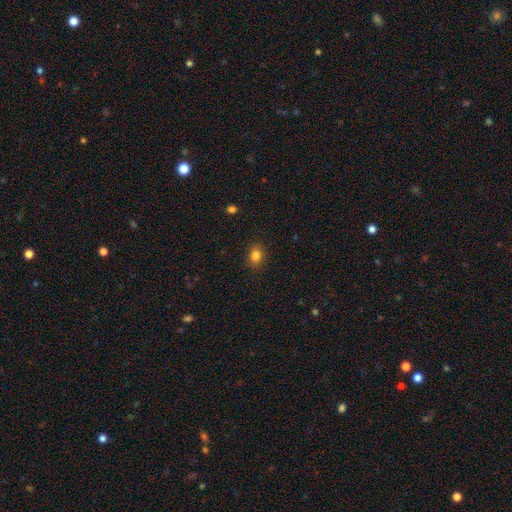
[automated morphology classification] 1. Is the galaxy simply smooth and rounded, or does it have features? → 84% smooth, 11% star or artifact, 5% featured or disk.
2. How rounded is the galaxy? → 58% in between, 41% round, 1% cigar-shaped.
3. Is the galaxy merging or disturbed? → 87% none, 9% minor disturbance, 3% major disturbance, 1% merger.